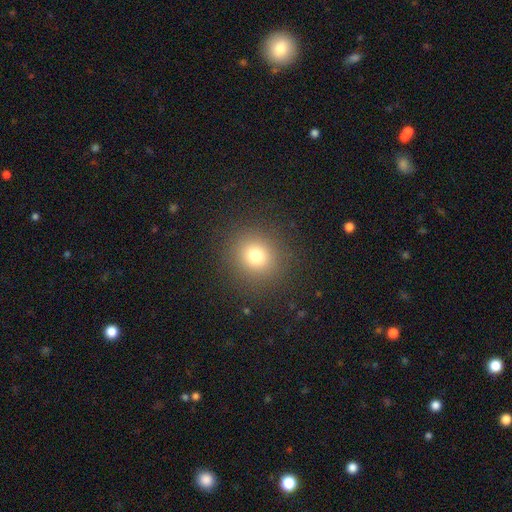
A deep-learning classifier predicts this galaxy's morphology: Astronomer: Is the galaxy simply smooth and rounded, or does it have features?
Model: smooth — 75%.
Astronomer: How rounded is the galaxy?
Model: round — 87%.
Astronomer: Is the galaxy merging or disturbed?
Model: none — 88%.